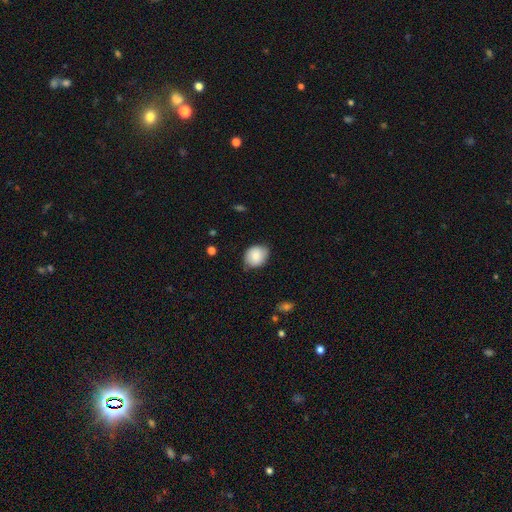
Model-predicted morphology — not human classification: Smooth or featured? Predicted: smooth (p=0.80). How rounded? Predicted: round (p=0.52). Merging? Predicted: none (p=0.71).